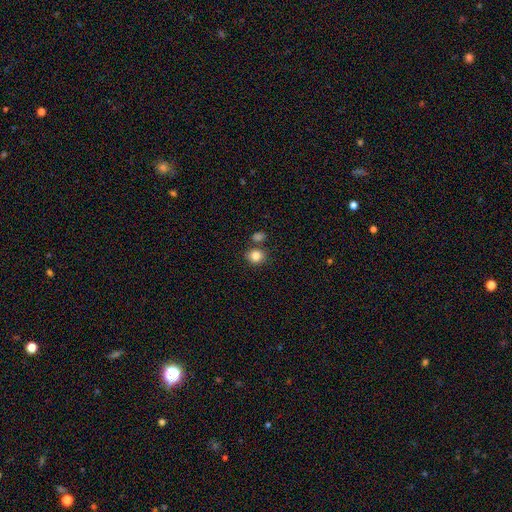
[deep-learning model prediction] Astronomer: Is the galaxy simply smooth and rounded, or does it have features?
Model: smooth — 84%.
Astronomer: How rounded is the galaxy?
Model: round — 73%.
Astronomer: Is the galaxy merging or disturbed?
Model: none — 73%.